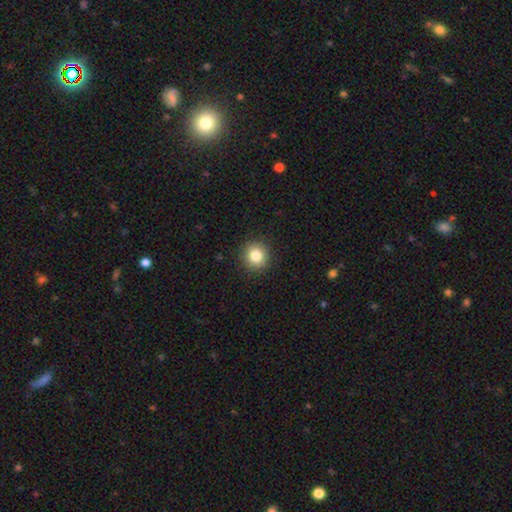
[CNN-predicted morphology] This is clearly a smooth galaxy (83%). How rounded: clearly round (91%). Merging: clearly none (91%).